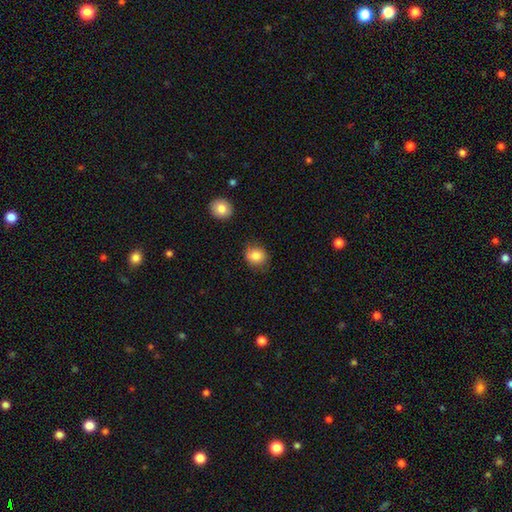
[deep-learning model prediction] A smooth galaxy with no disk features (82%) that is round (79%).

Vote fractions:
- Smooth or featured? smooth: 82% / star or artifact: 10% / featured or disk: 8%
- How rounded? round: 79% / in between: 20% / cigar-shaped: 1%
- Merging? none: 75% / minor disturbance: 16% / merger: 6% / major disturbance: 4%